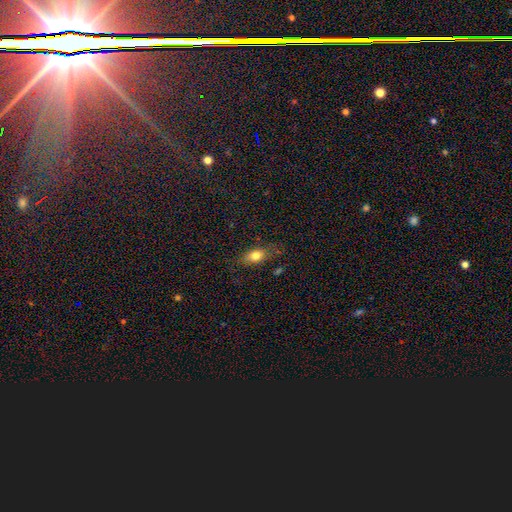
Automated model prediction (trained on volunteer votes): This appears to be a smooth galaxy with no disk features (78%) that is in between round and cigar-shaped (81%). Merging: none (73%).